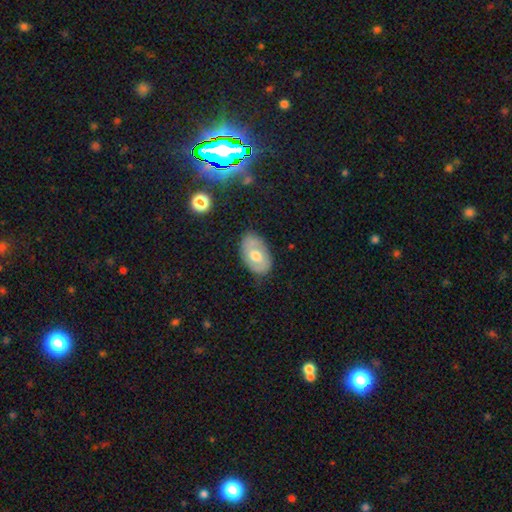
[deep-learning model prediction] This appears to be a smooth galaxy with no disk features (51%) that is in between round and cigar-shaped (90%). Merging: none (76%).